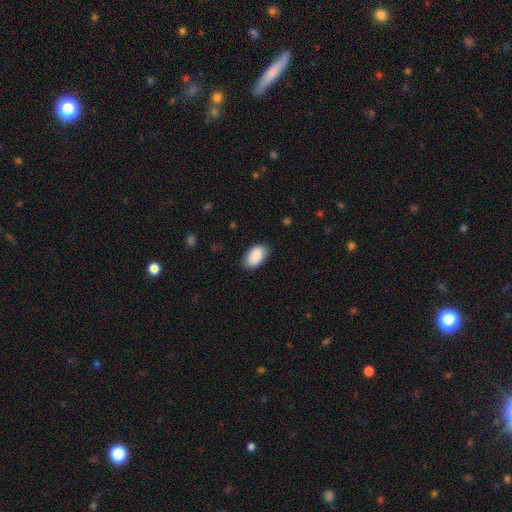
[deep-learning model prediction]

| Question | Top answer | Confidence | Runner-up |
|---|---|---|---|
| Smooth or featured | smooth | 90% | star or artifact (6%) |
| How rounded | in between | 95% | round (4%) |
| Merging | none | 85% | minor disturbance (12%) |